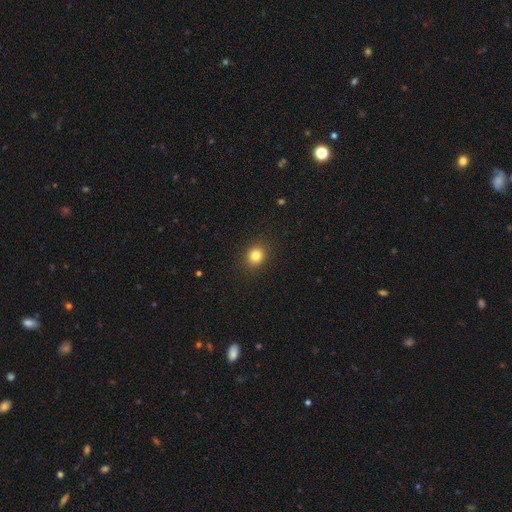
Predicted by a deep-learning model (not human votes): Smooth or featured: smooth — 82% (star or artifact — 12%)
How rounded: round — 80% (in between — 19%)
Merging: none — 91% (minor disturbance — 6%)